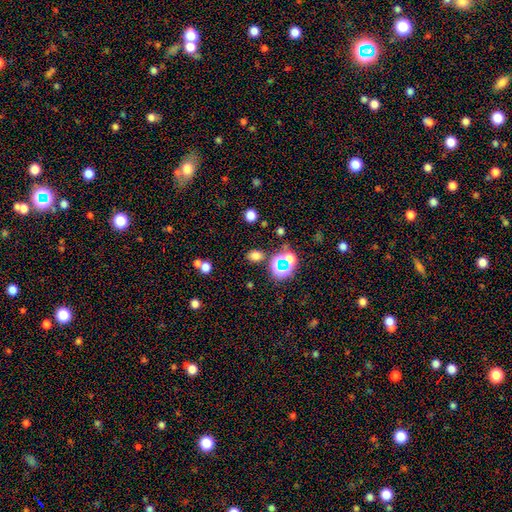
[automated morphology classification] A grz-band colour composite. It shows a smooth galaxy with no disk features (67%) that is in between round and cigar-shaped (55%). Merging: none (80%).